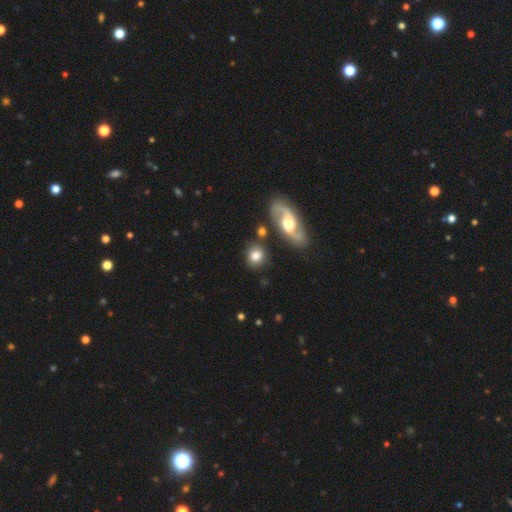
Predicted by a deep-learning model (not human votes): A smooth galaxy with no disk features (71%) that is round (80%). Merging: none (80%).